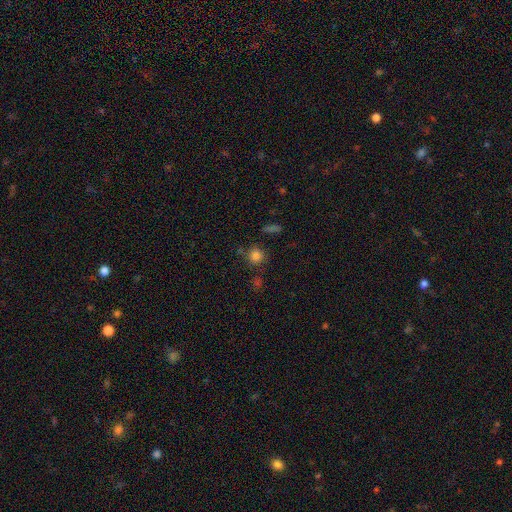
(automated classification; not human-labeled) This appears to be a smooth galaxy with no disk features (80%) that is round (91%). Merging: none (77%).